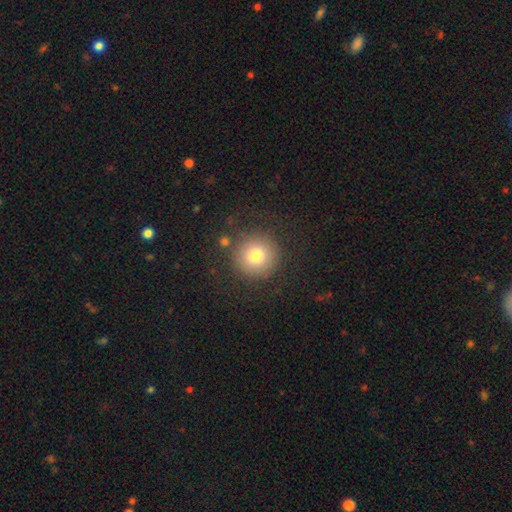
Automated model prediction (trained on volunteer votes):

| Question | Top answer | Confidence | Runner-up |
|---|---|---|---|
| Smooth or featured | smooth | 77% | star or artifact (12%) |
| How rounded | round | 95% | in between (4%) |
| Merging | none | 85% | minor disturbance (8%) |